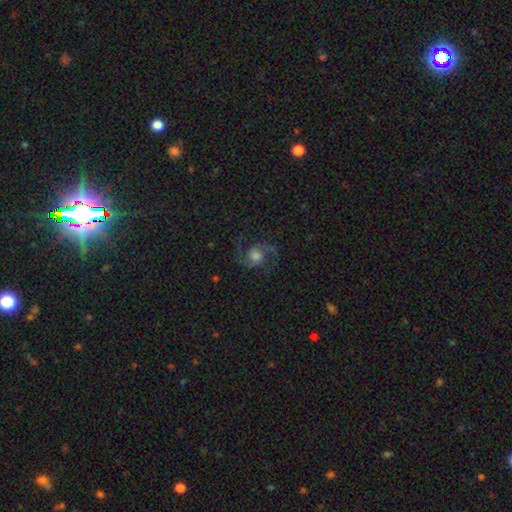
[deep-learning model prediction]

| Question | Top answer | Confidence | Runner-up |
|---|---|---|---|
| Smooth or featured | featured or disk | 84% | smooth (8%) |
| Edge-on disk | no | 98% | yes (2%) |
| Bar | no | 66% | weak (29%) |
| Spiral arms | yes | 97% | no (3%) |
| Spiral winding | medium | 57% | loose (31%) |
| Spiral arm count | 2 | 93% | can't tell (2%) |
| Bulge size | moderate | 48% | large (32%) |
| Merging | none | 79% | minor disturbance (12%) |